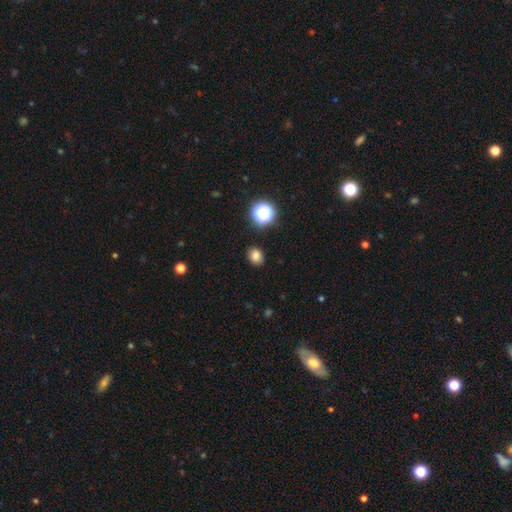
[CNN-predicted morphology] type=smooth (80%); roundness=round (61%); merging=none (90%).